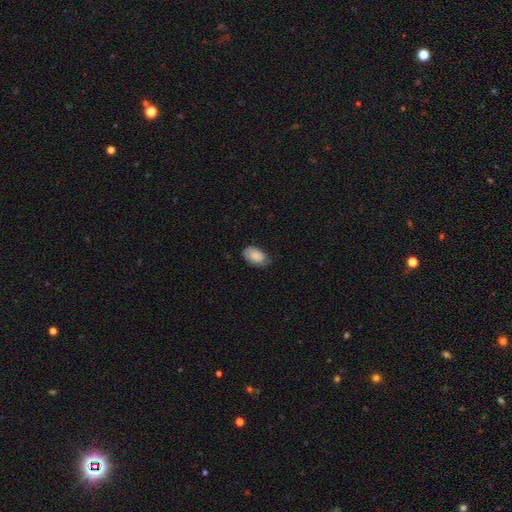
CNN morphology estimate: smooth 83%, featured or disk 10%, star or artifact 7%. Down the decision tree: how rounded — in between (91%); merging — none (65%).